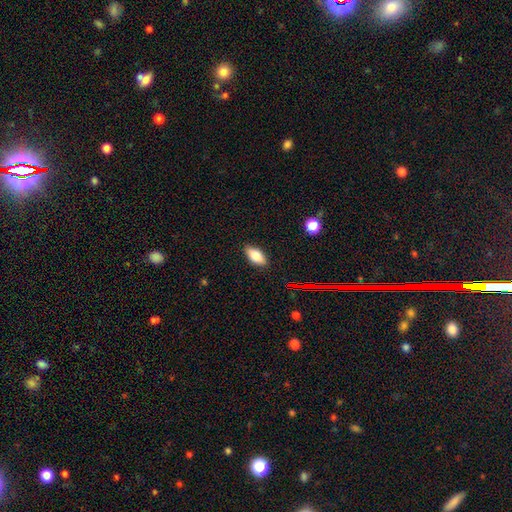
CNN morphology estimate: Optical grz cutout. It shows a smooth galaxy with no disk features (77%) that is in between round and cigar-shaped (86%). Merging: none (87%).